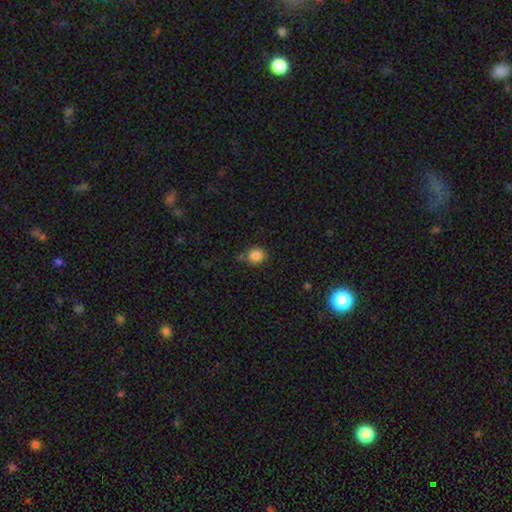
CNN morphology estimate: smooth 86%, star or artifact 10%, featured or disk 4%. Down the decision tree: how rounded — round (82%); merging — none (73%).